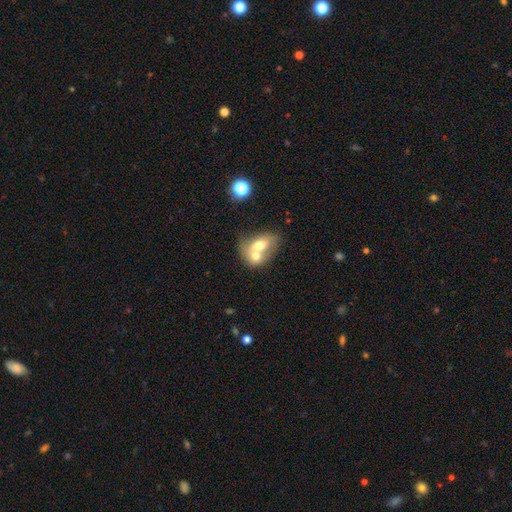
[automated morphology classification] smooth-or-featured: smooth: 62% | featured or disk: 30% | star or artifact: 8%
  how-rounded: in between: 65% | round: 33% | cigar-shaped: 2%
  merging: merger: 73% | none: 16% | minor disturbance: 7% | major disturbance: 4%